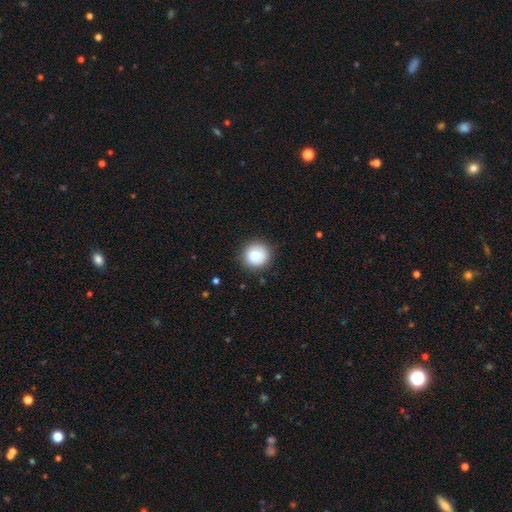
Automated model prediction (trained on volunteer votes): This is clearly a smooth galaxy (86%). How rounded: clearly round (93%). Merging: clearly none (88%).